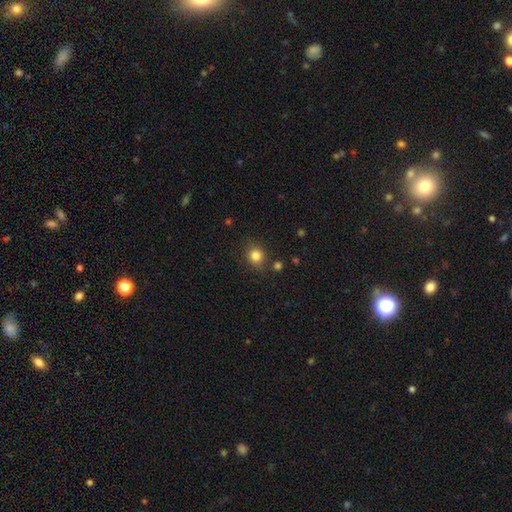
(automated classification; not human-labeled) Q: Smooth or featured?
A: smooth (83%); runner-up: star or artifact (12%)
Q: How rounded?
A: round (80%); runner-up: in between (19%)
Q: Merging?
A: none (80%); runner-up: minor disturbance (12%)